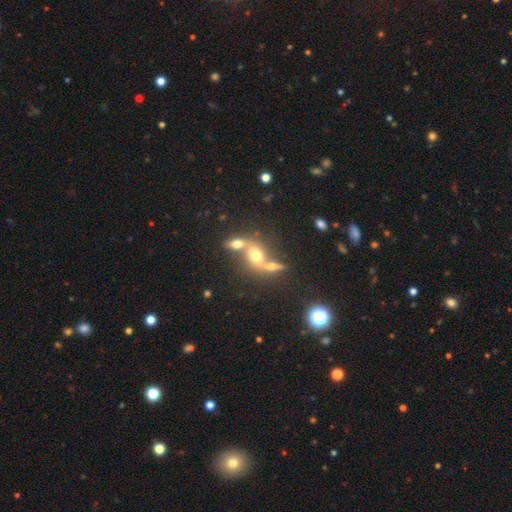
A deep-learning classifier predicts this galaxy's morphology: A smooth galaxy with no disk features (53%) that is in between round and cigar-shaped (50%).

Vote fractions:
- Smooth or featured? smooth: 53% / featured or disk: 30% / star or artifact: 17%
- How rounded? in between: 50% / round: 45% / cigar-shaped: 5%
- Merging? merger: 56% / none: 30% / minor disturbance: 8% / major disturbance: 5%